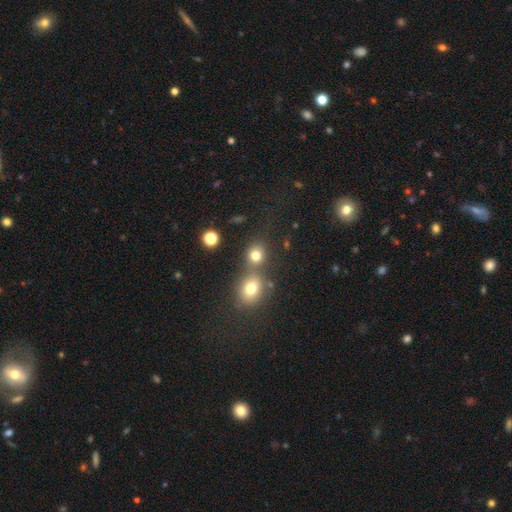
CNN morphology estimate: This is likely a smooth galaxy (77%). How rounded: likely round (76%). Merging: possibly none (54%).